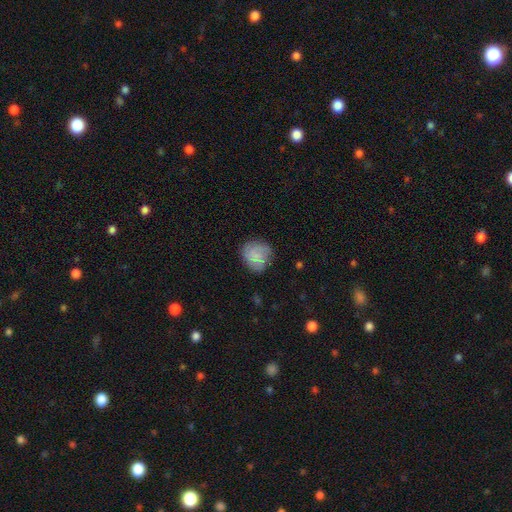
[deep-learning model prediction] Smooth or featured: smooth — 64% (featured or disk — 27%)
How rounded: round — 78% (in between — 21%)
Merging: none — 69% (minor disturbance — 21%)